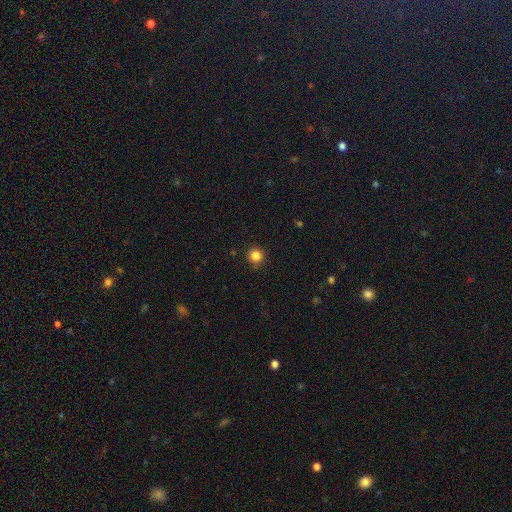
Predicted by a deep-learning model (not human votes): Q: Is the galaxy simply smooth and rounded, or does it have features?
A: smooth — 84%.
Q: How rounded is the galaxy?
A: round — 93%.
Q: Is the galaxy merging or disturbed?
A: none — 91%.